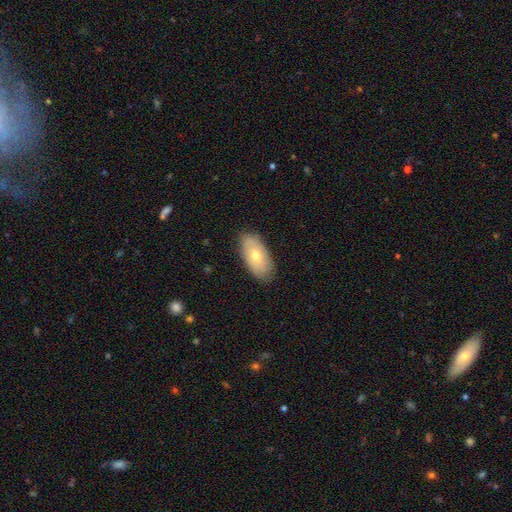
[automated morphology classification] Smooth or featured? Predicted: smooth (p=0.62). How rounded? Predicted: in between (p=0.93). Merging? Predicted: none (p=0.84).